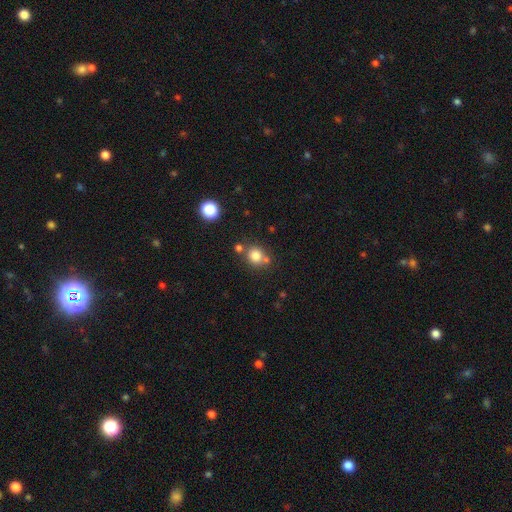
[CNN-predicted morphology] A smooth galaxy with no disk features (79%) that is round (83%).

Vote fractions:
- Smooth or featured? smooth: 79% / star or artifact: 13% / featured or disk: 8%
- How rounded? round: 83% / in between: 16% / cigar-shaped: 1%
- Merging? none: 66% / merger: 21% / minor disturbance: 10% / major disturbance: 3%